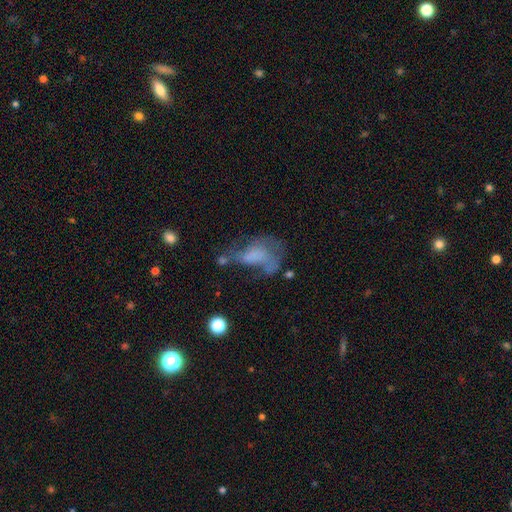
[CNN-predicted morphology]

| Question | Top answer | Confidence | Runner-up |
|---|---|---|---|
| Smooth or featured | featured or disk | 43% | smooth (42%) |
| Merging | major disturbance | 46% | none (23%) |